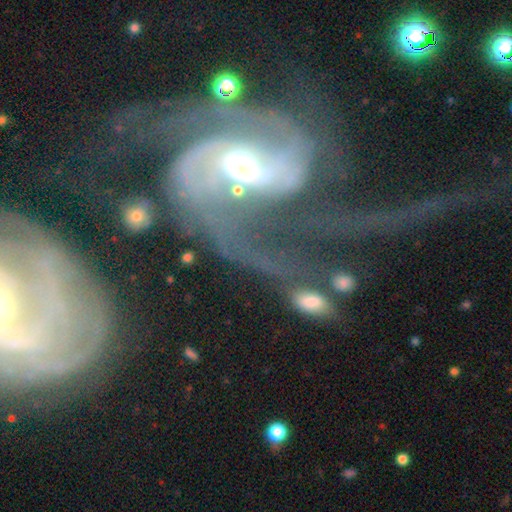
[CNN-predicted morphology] Smooth or featured: featured or disk — 84% (smooth — 8%)
Edge-on disk: no — 96% (yes — 4%)
Bar: weak — 39% (no — 35%)
Spiral arms: yes — 93% (no — 7%)
Spiral winding: loose — 46% (medium — 38%)
Spiral arm count: 2 — 73% (can't tell — 8%)
Bulge size: moderate — 56% (small — 33%)
Merging: major disturbance — 32% (none — 29%)